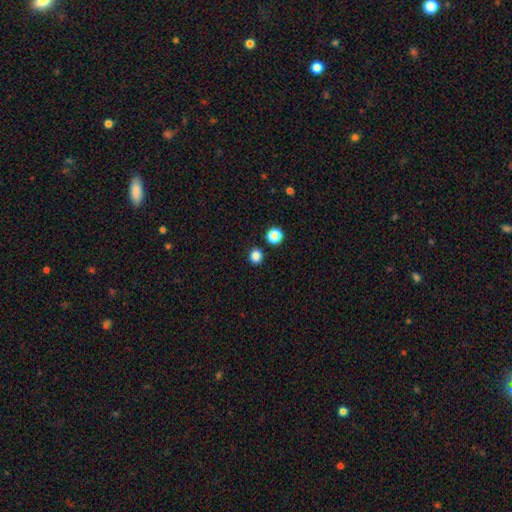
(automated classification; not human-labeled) Morphology: type=smooth (84%); roundness=round (83%); merging=none (88%).